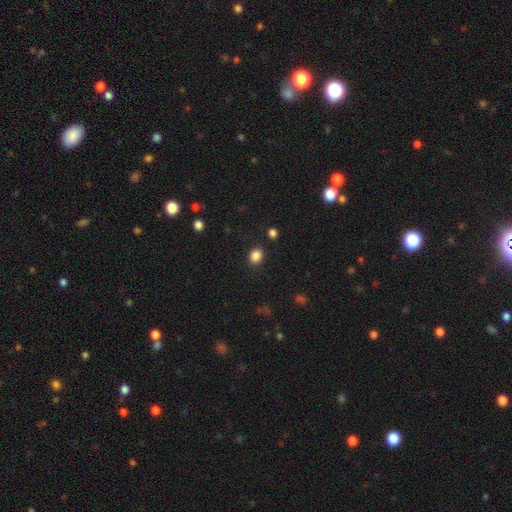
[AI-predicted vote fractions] smooth 86%, star or artifact 11%, featured or disk 3%. Down the decision tree: how rounded — round (55%); merging — none (87%).